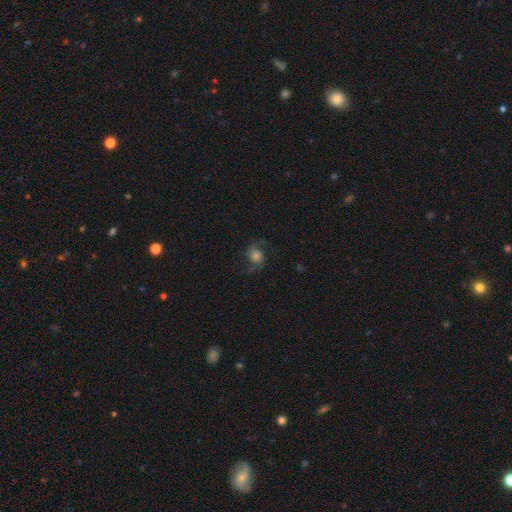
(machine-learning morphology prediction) Smooth or featured: featured or disk — 63% (smooth — 25%)
Edge-on disk: no — 97% (yes — 3%)
Bar: no — 72% (weak — 24%)
Spiral arms: yes — 93% (no — 7%)
Spiral winding: loose — 57% (medium — 36%)
Spiral arm count: 2 — 92% (can't tell — 3%)
Bulge size: moderate — 40% (large — 28%)
Merging: none — 71% (minor disturbance — 16%)